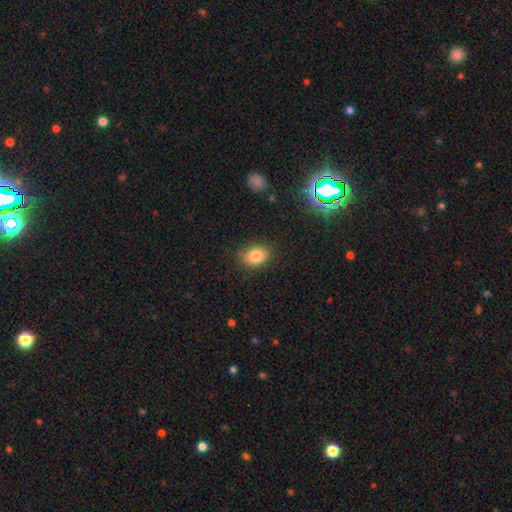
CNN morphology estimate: Overall: smooth (83%). How rounded: in between (69%; round 30%). Merging: none (81%).